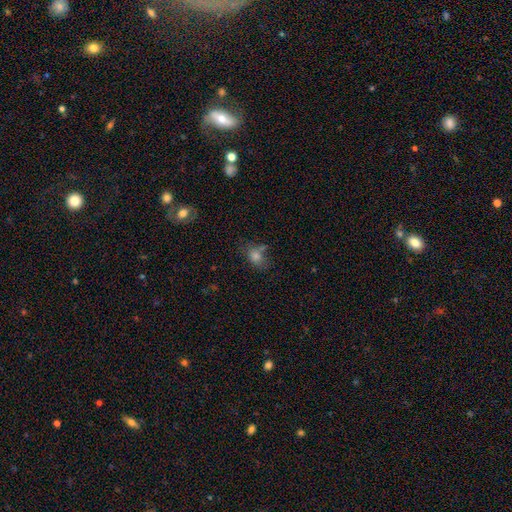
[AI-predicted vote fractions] This appears to be a smooth galaxy with no disk features (72%) that is in between round and cigar-shaped (57%). Merging: none (57%).